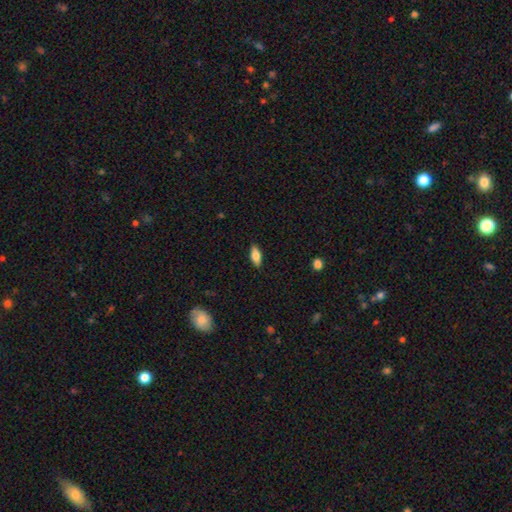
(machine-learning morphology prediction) A smooth galaxy with no disk features (73%) that is in between round and cigar-shaped (78%). Merging: none (87%).